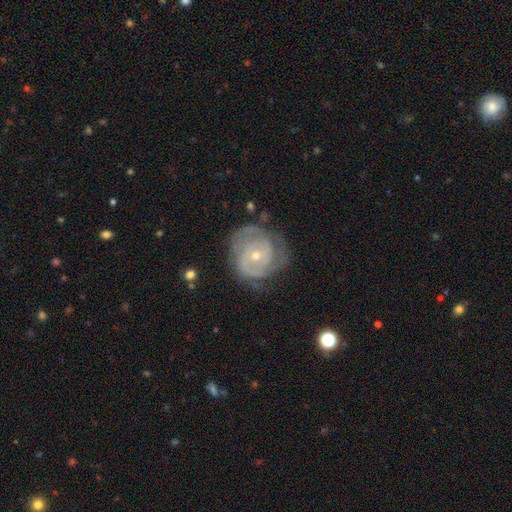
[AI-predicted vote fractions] featured or disk 84%, smooth 11%, star or artifact 5%. Down the decision tree: edge-on disk — no (97%); bar — no (70%); spiral arms — yes (93%); spiral arm count — 2 (40%); spiral winding — tight (66%); bulge size — small (59%); merging — none (64%).